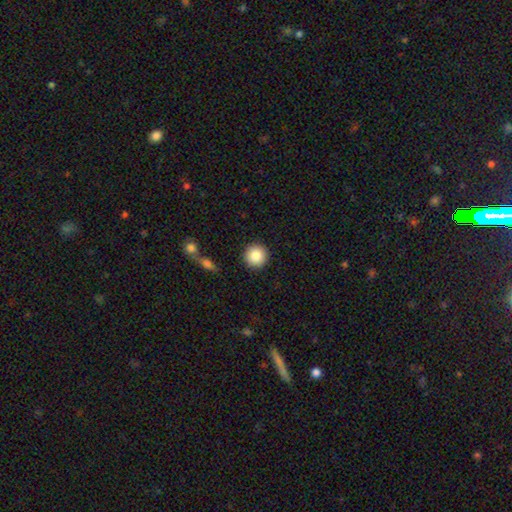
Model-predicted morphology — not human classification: smooth 86%, star or artifact 8%, featured or disk 6%. Down the decision tree: how rounded — round (95%); merging — none (91%).